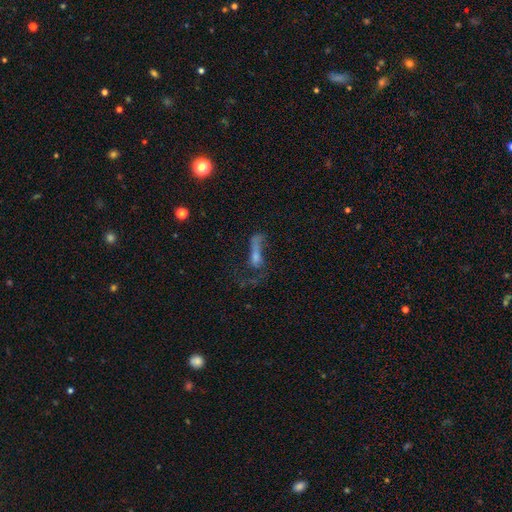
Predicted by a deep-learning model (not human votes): Smooth or featured: featured or disk — 46% (smooth — 32%)
Merging: major disturbance — 47% (none — 27%)